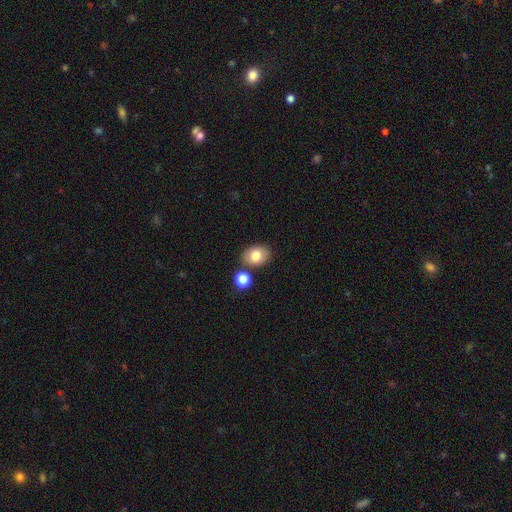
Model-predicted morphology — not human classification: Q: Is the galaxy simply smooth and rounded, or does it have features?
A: smooth — 80%.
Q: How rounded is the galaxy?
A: in between — 70%.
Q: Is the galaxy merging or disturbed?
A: none — 77%.